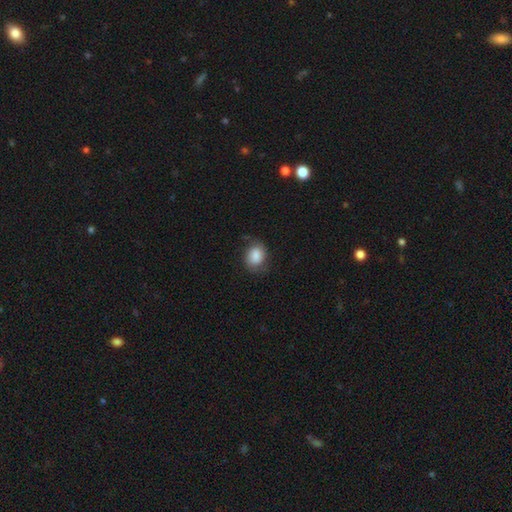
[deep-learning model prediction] Morphology: type=smooth (75%); roundness=in between (50%); merging=none (65%).